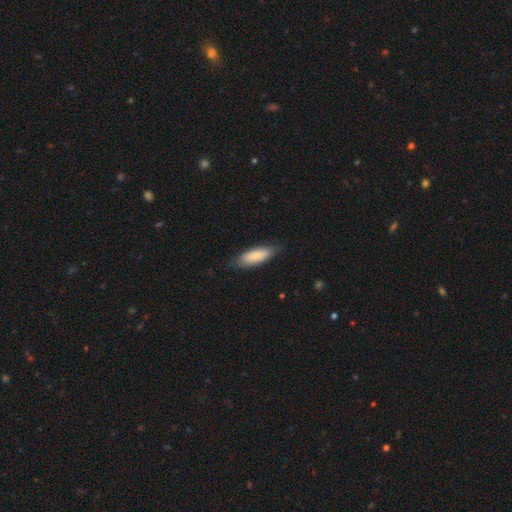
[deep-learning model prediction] smooth 83%, featured or disk 11%, star or artifact 5%. Down the decision tree: how rounded — in between (65%); merging — none (80%).